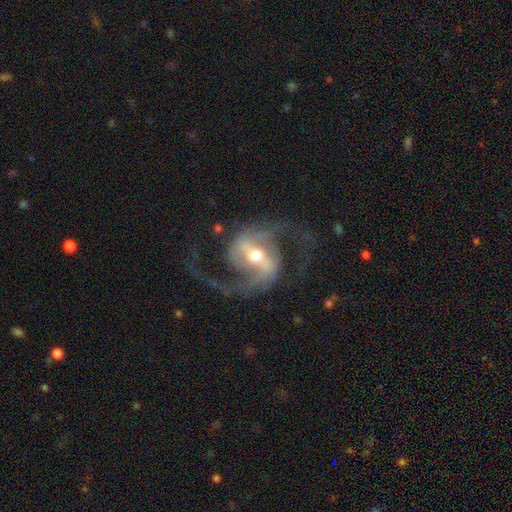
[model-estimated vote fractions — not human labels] Overall: featured or disk (91%). Edge-on disk: no (97%). Bar: strong (63%; weak 28%). Spiral arms: yes (97%). Spiral arm count: 2 (92%). Spiral winding: medium (50%; loose 41%). Bulge size: moderate (65%; small 26%). Merging: none (72%).